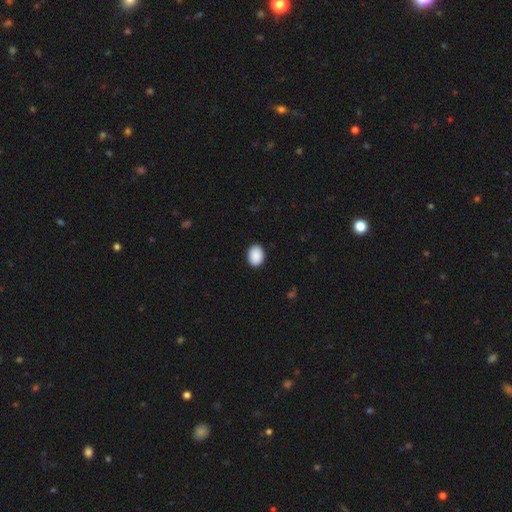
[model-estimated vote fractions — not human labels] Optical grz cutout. It shows a smooth galaxy with no disk features (91%) that is in between round and cigar-shaped (68%). Merging: none (90%).